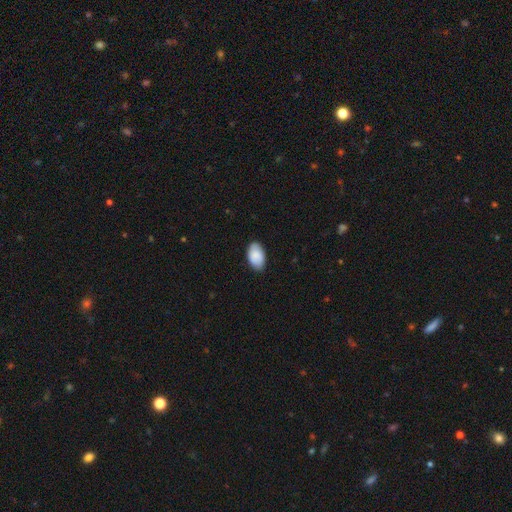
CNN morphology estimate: This appears to be a smooth galaxy with no disk features (83%) that is in between round and cigar-shaped (93%). Merging: none (82%).